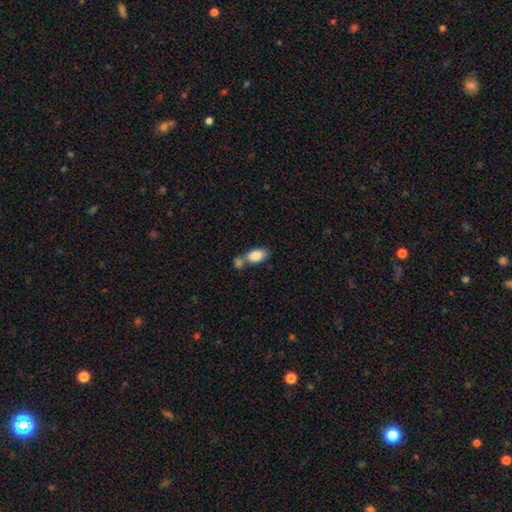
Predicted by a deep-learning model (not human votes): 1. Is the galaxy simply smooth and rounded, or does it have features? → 86% smooth, 8% featured or disk, 7% star or artifact.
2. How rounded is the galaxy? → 91% in between, 6% round, 3% cigar-shaped.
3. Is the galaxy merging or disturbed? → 48% merger, 37% none, 11% minor disturbance, 4% major disturbance.